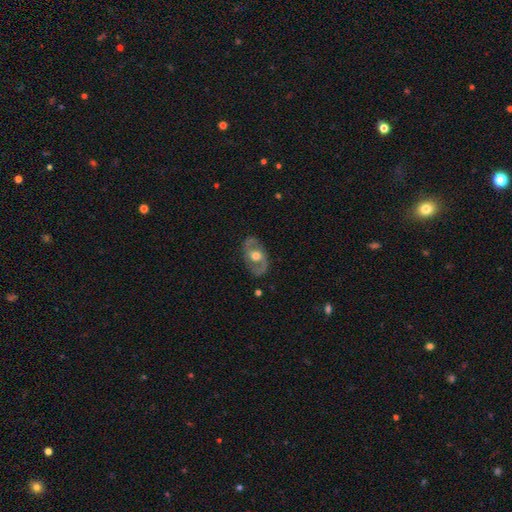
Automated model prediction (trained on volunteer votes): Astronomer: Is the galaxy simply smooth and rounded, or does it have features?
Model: featured or disk — 71%.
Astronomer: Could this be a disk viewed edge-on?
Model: no — 92%.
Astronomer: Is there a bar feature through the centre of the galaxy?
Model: no — 65%.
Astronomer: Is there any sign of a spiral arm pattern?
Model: yes — 64%.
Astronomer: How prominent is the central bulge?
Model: moderate — 67%.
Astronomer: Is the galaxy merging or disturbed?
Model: none — 81%.